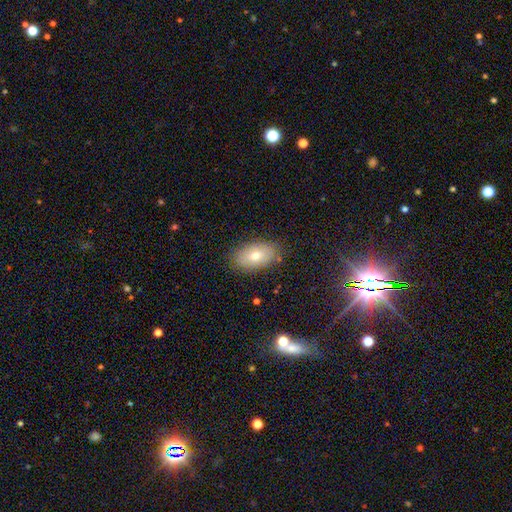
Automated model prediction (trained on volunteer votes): smooth-or-featured: smooth: 75% | featured or disk: 17% | star or artifact: 8%
  how-rounded: in between: 92% | round: 6% | cigar-shaped: 2%
  merging: none: 83% | minor disturbance: 12% | major disturbance: 3% | merger: 1%